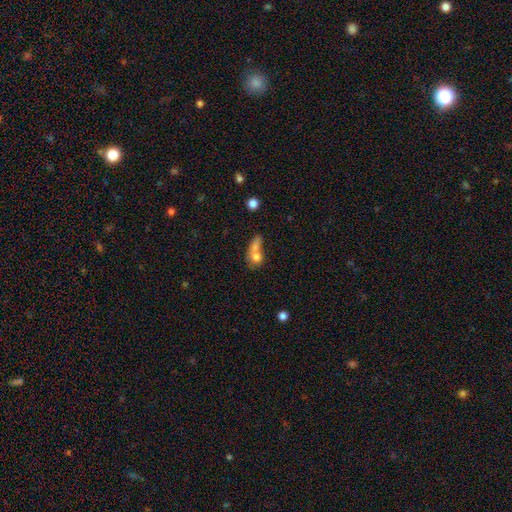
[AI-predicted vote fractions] Morphology: type=smooth (72%); roundness=round (55%); merging=merger (57%).